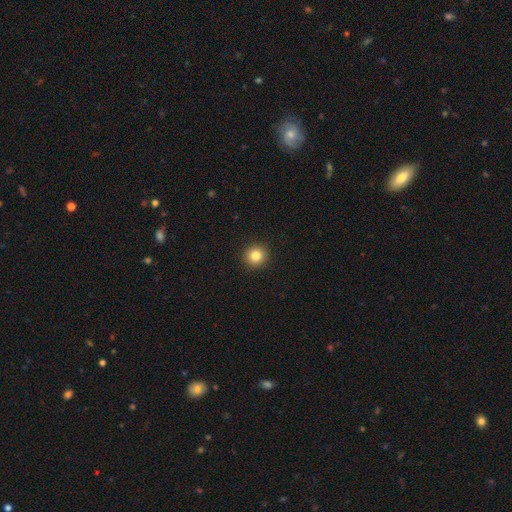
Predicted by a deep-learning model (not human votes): Q: Smooth or featured?
A: smooth (83%); runner-up: star or artifact (11%)
Q: How rounded?
A: round (94%); runner-up: in between (6%)
Q: Merging?
A: none (93%); runner-up: minor disturbance (5%)